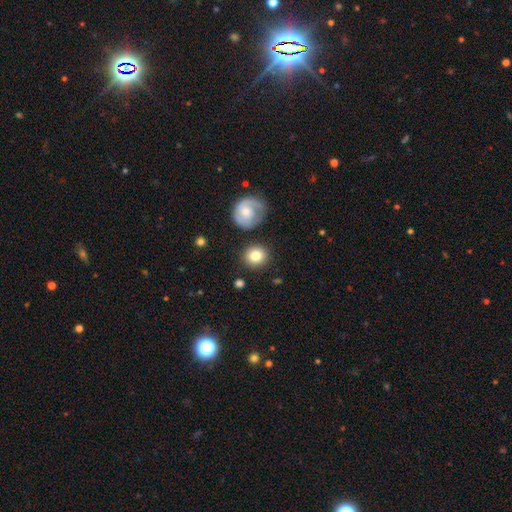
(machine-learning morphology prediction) Q: Smooth or featured?
A: smooth (81%); runner-up: featured or disk (11%)
Q: How rounded?
A: round (89%); runner-up: in between (10%)
Q: Merging?
A: none (83%); runner-up: minor disturbance (9%)